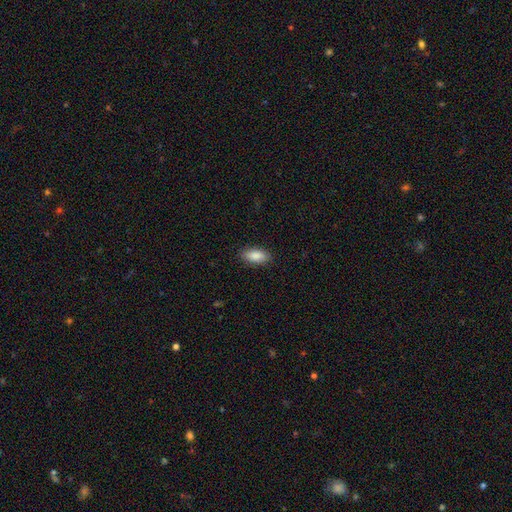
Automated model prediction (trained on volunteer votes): Smooth or featured? smooth (88%)
How rounded? in between (89%)
Merging? none (88%)